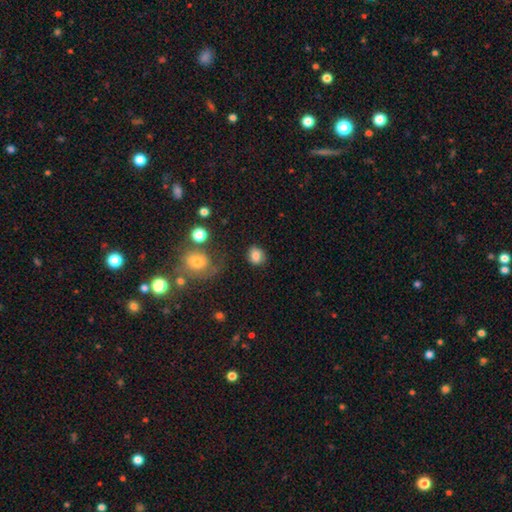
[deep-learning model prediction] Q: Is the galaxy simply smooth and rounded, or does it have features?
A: smooth — 82%.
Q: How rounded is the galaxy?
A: round — 65%.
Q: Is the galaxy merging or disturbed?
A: none — 76%.